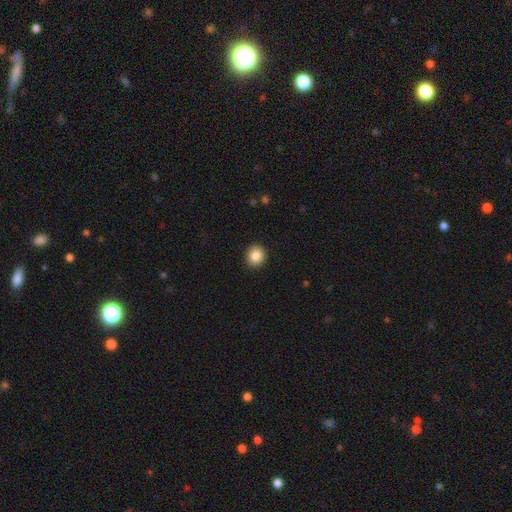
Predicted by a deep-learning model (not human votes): smooth_or_featured: smooth (p=0.87) [alt: star or artifact p=0.09]
how_rounded: round (p=0.76) [alt: in between p=0.23]
merging: none (p=0.91) [alt: minor disturbance p=0.06]